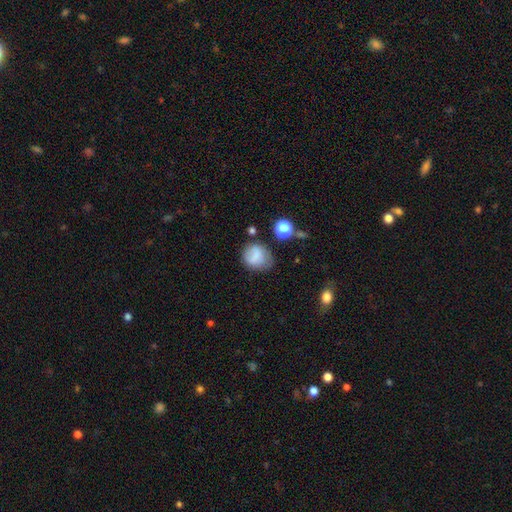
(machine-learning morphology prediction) This is likely a smooth galaxy (70%). How rounded: likely round (70%). Merging: possibly none (55%).